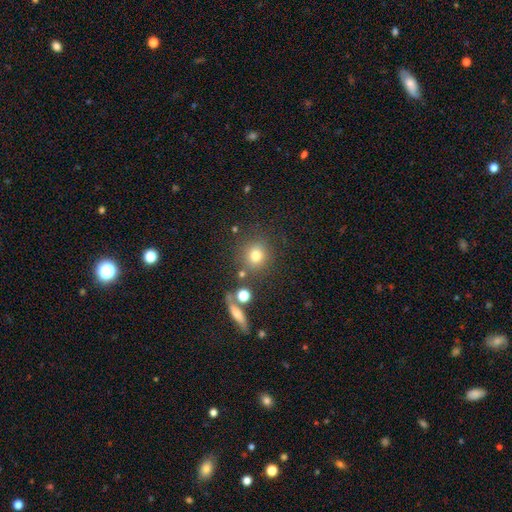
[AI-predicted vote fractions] Overall: smooth (76%). How rounded: round (87%). Merging: none (76%).